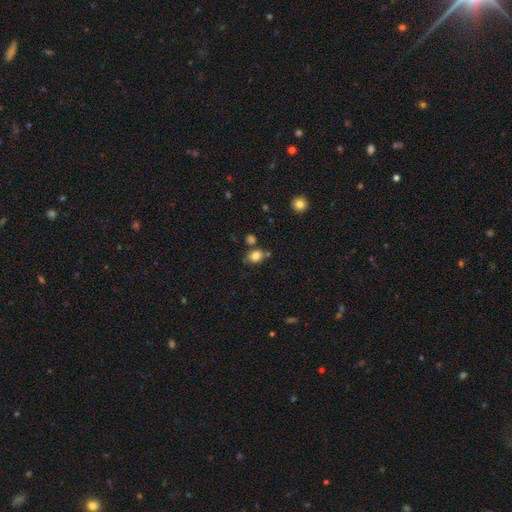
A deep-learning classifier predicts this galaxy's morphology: Q: Smooth or featured?
A: smooth (82%); runner-up: star or artifact (11%)
Q: How rounded?
A: in between (51%); runner-up: round (47%)
Q: Merging?
A: none (67%); runner-up: minor disturbance (16%)